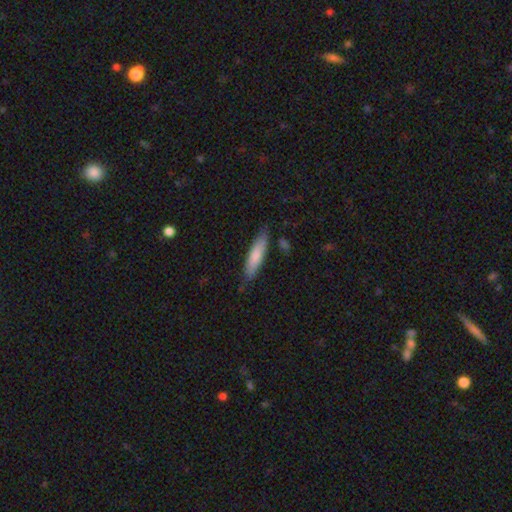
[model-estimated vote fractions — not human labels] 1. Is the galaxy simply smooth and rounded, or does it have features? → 78% smooth, 17% featured or disk, 5% star or artifact.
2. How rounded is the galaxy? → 73% cigar-shaped, 26% in between, 1% round.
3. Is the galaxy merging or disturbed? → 78% none, 17% minor disturbance, 3% major disturbance, 2% merger.